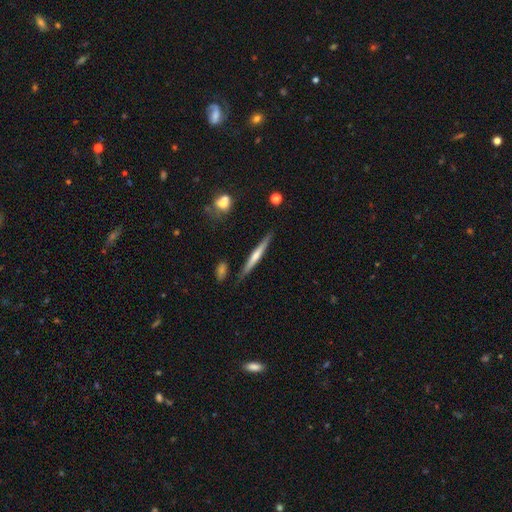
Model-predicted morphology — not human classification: A featured or disk galaxy (53%) viewed edge-on (96%) with a rounded central bulge (47%).

Vote fractions:
- Smooth or featured? featured or disk: 53% / smooth: 41% / star or artifact: 6%
- Edge-on disk? yes: 96% / no: 4%
- Edge-on bulge? rounded: 47% / none: 41% / boxy: 12%
- Merging? none: 85% / minor disturbance: 10% / merger: 3% / major disturbance: 2%